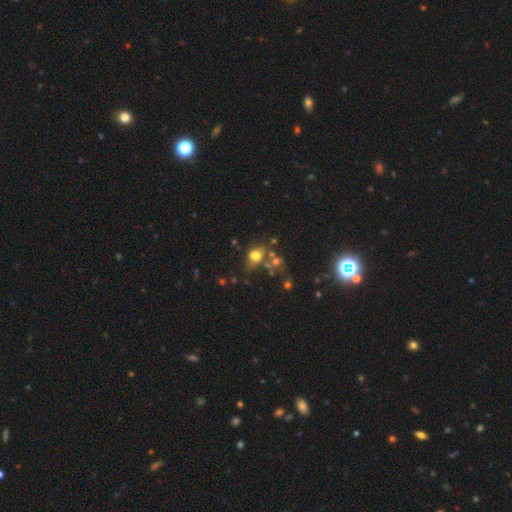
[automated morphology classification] Overall: smooth (65%). How rounded: round (52%; in between 46%). Merging: none (42%; merger 28%).